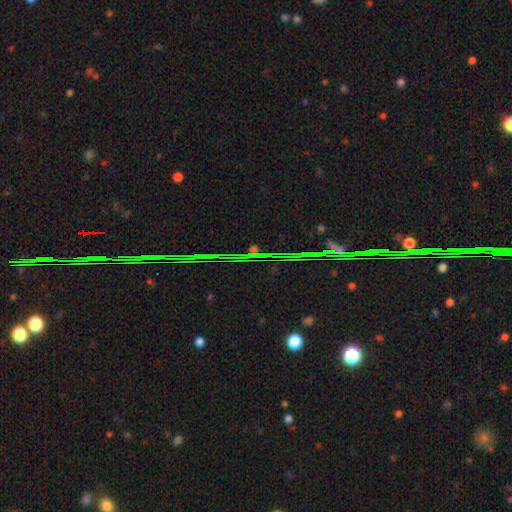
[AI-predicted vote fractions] Morphology: type=star or artifact (82%).